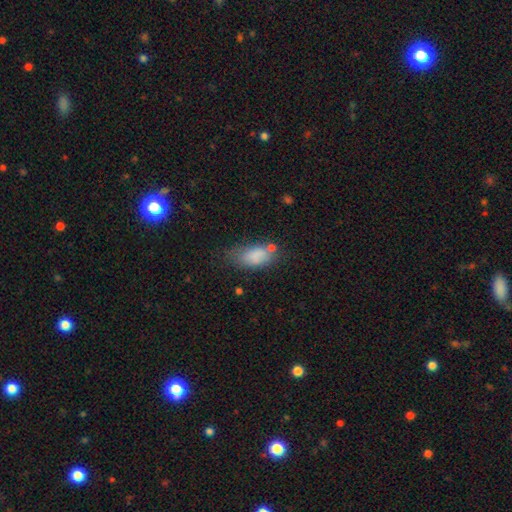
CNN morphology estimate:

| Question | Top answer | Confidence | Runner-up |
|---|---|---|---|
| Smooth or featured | smooth | 77% | featured or disk (13%) |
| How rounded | in between | 88% | cigar-shaped (8%) |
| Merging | none | 49% | minor disturbance (28%) |